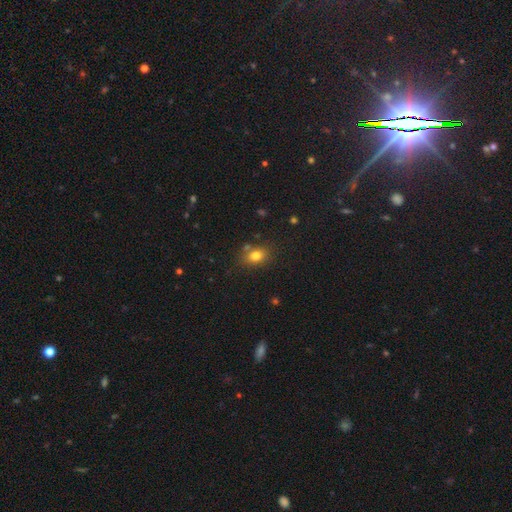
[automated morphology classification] Smooth or featured: smooth — 78% (star or artifact — 12%)
How rounded: in between — 62% (round — 36%)
Merging: none — 74% (minor disturbance — 14%)